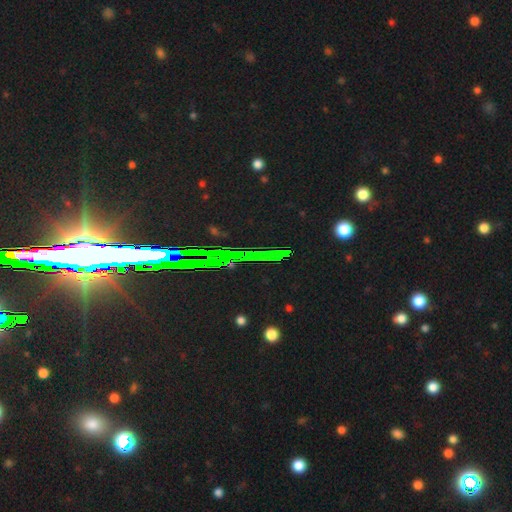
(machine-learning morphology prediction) This appears to be a star or artifact, not a galaxy (80%).